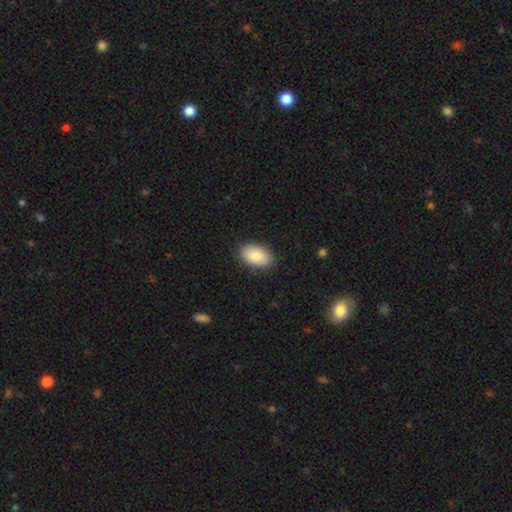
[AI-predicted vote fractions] Smooth or featured?
  - smooth: 87% *
  - featured or disk: 7%
  - star or artifact: 6%
How rounded?
  - in between: 92% *
  - round: 6%
  - cigar-shaped: 1%
Merging?
  - none: 88% *
  - minor disturbance: 9%
  - major disturbance: 2%
  - merger: 1%